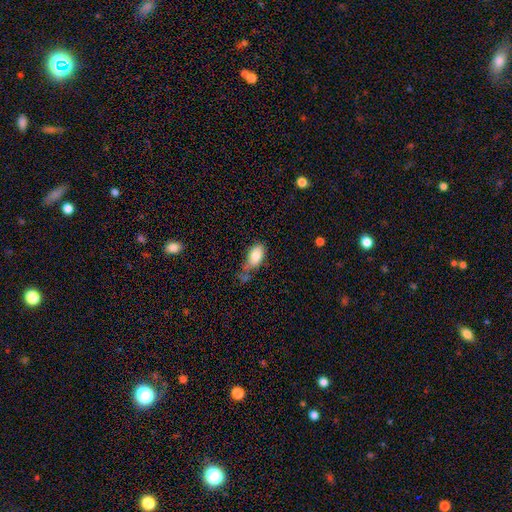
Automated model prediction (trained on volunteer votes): Morphology: type=smooth (83%); roundness=in between (91%); merging=none (36%).